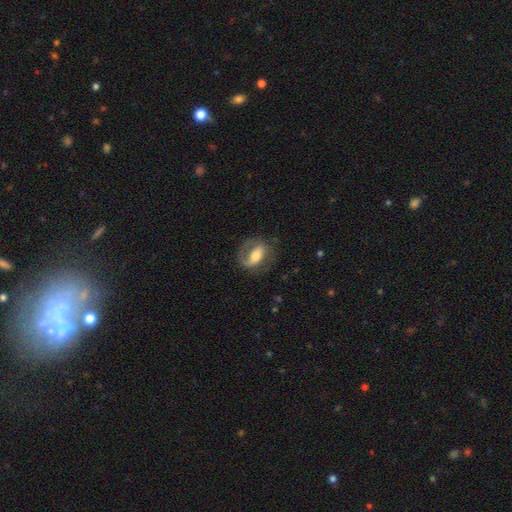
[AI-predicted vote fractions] A featured or disk galaxy (69%) with a strong bar (43%), 2 (57%) medium (45%) spiral arms (82%) and a moderate central bulge (63%). Merging: none (66%).